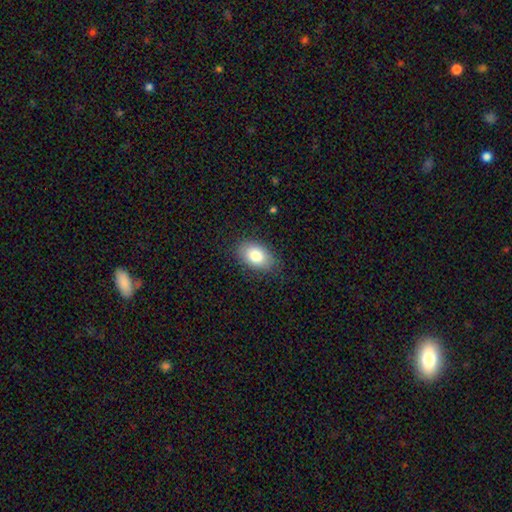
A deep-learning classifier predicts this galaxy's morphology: This is clearly a smooth galaxy (81%). How rounded: clearly in between (90%). Merging: clearly none (82%).